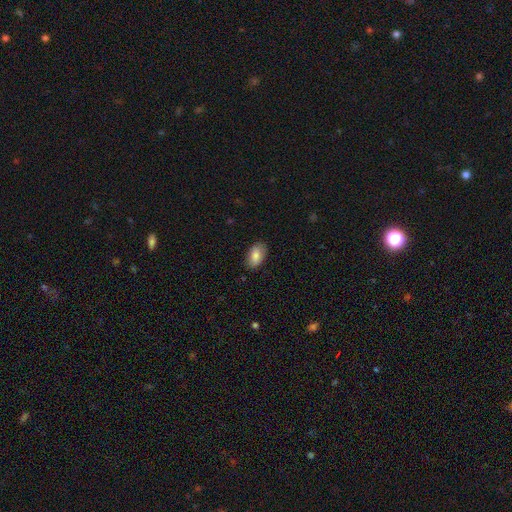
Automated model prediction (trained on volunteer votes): This is clearly a smooth galaxy (82%). How rounded: clearly in between (93%). Merging: clearly none (85%).